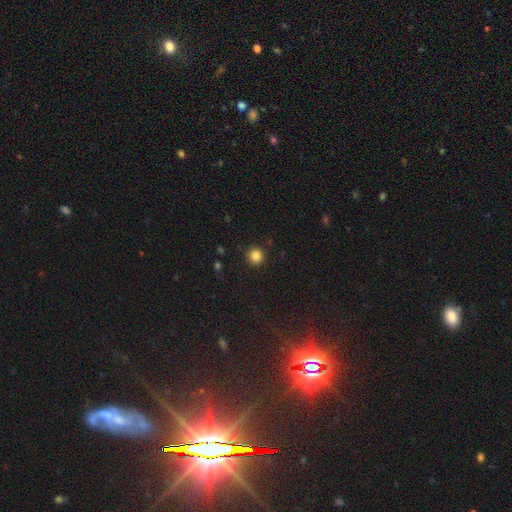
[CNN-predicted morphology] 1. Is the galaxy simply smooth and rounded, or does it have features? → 85% smooth, 11% star or artifact, 4% featured or disk.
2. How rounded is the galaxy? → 90% round, 9% in between, 1% cigar-shaped.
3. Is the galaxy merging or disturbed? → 91% none, 6% minor disturbance, 2% major disturbance, 1% merger.